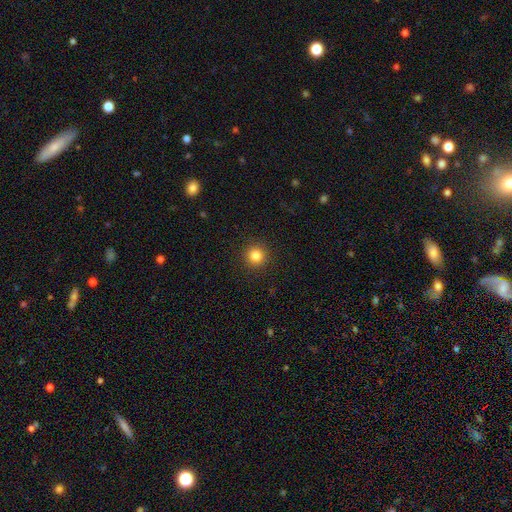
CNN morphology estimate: Overall: smooth (83%). How rounded: round (95%). Merging: none (92%).